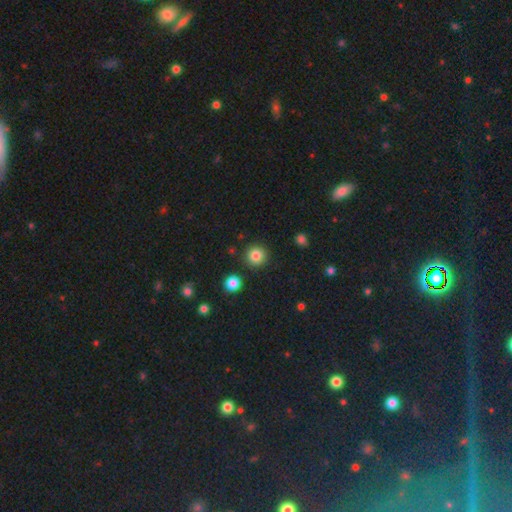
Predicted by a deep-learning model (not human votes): Smooth or featured? Predicted: smooth (p=0.84). How rounded? Predicted: round (p=0.94). Merging? Predicted: none (p=0.90).